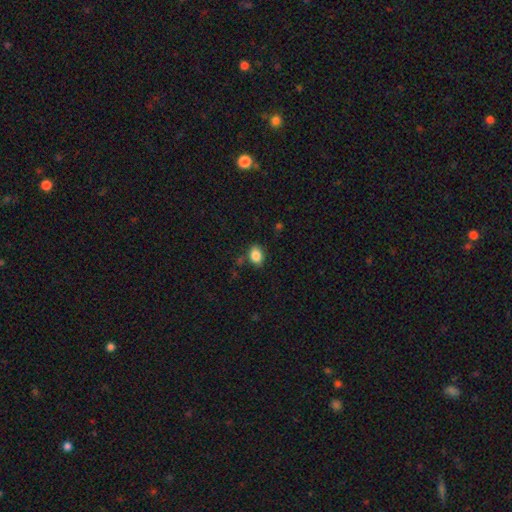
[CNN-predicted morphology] Smooth or featured: smooth — 85% (star or artifact — 9%)
How rounded: in between — 77% (round — 22%)
Merging: none — 79% (minor disturbance — 14%)